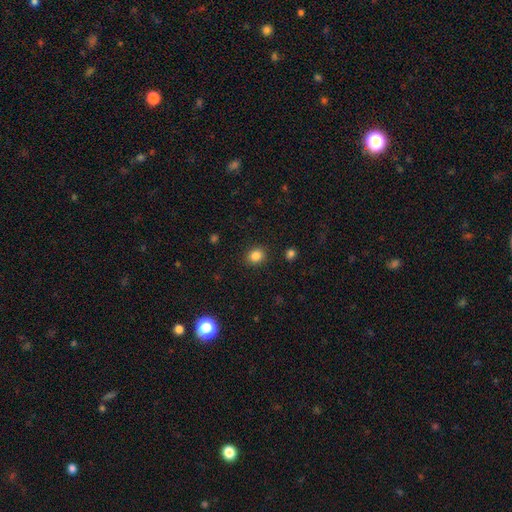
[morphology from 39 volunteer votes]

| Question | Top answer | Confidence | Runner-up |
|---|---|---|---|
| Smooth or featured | smooth | 87% | star or artifact (10%) |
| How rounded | round | 76% | in between (24%) |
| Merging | none | 77% | minor disturbance (14%) |